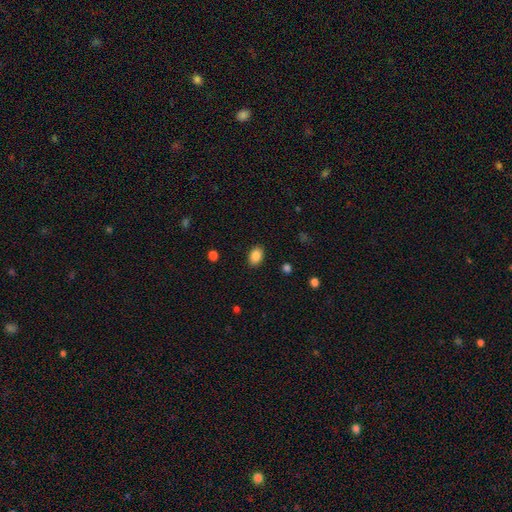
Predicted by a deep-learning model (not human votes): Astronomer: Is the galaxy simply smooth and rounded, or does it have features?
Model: smooth — 87%.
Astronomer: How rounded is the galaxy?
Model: in between — 80%.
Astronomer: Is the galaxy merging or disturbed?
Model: none — 88%.